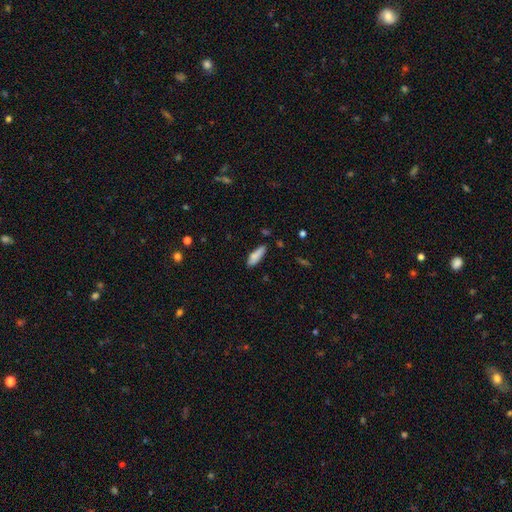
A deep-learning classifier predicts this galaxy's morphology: Smooth or featured? smooth (84%)
How rounded? cigar-shaped (54%)
Merging? none (74%)